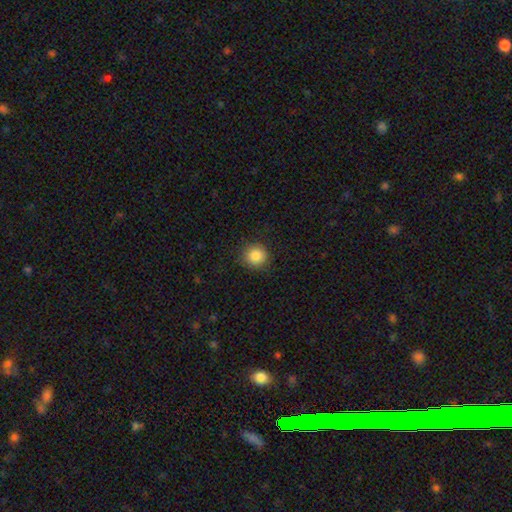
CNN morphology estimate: Smooth or featured? Predicted: smooth (p=0.86). How rounded? Predicted: round (p=0.92). Merging? Predicted: none (p=0.89).